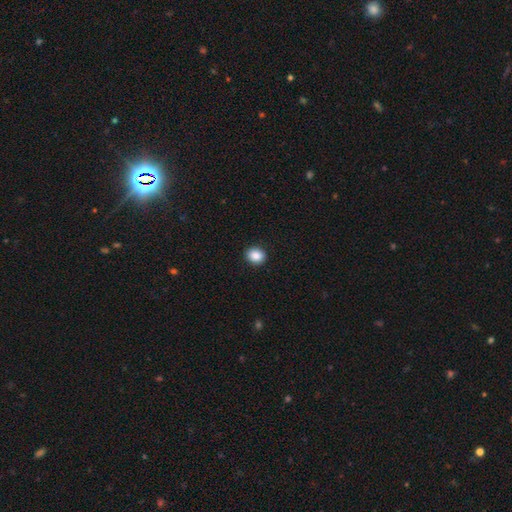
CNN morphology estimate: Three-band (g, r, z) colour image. It shows a smooth galaxy with no disk features (87%) that is round (66%). Merging: none (92%).